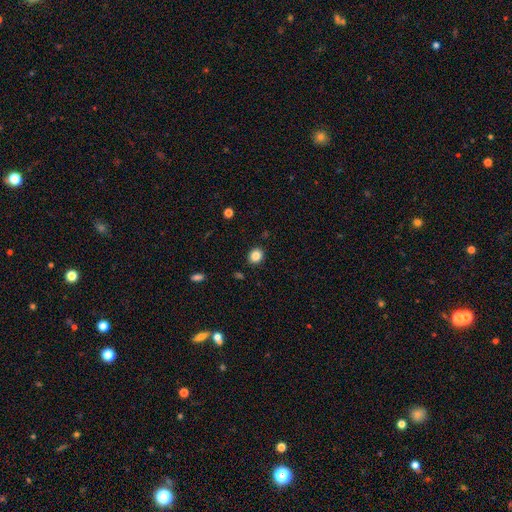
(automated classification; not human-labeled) A smooth galaxy with no disk features (85%) that is round (64%).

Vote fractions:
- Smooth or featured? smooth: 85% / star or artifact: 10% / featured or disk: 5%
- How rounded? round: 64% / in between: 35% / cigar-shaped: 1%
- Merging? none: 89% / minor disturbance: 8% / major disturbance: 2% / merger: 1%